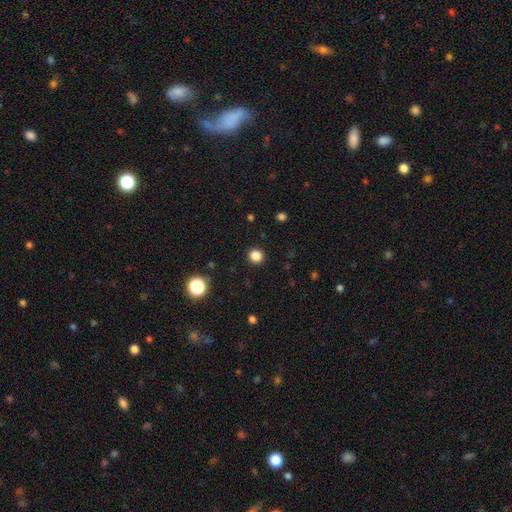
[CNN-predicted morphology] smooth-or-featured: smooth: 84% | star or artifact: 13% | featured or disk: 3%
  how-rounded: round: 92% | in between: 7% | cigar-shaped: 1%
  merging: none: 92% | minor disturbance: 5% | major disturbance: 2% | merger: 1%